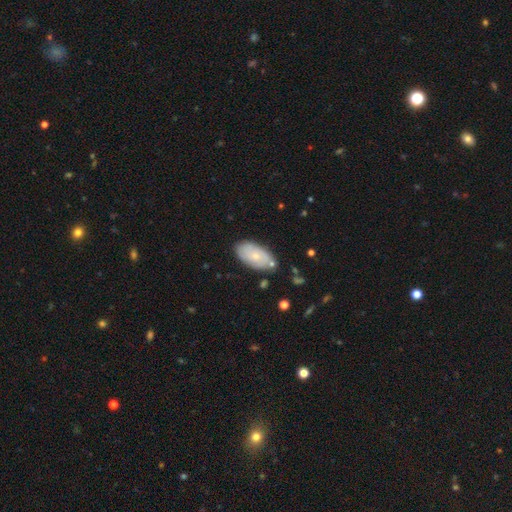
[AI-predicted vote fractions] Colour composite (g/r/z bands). It shows a smooth galaxy with no disk features (59%) that is in between round and cigar-shaped (94%). Merging: none (75%).